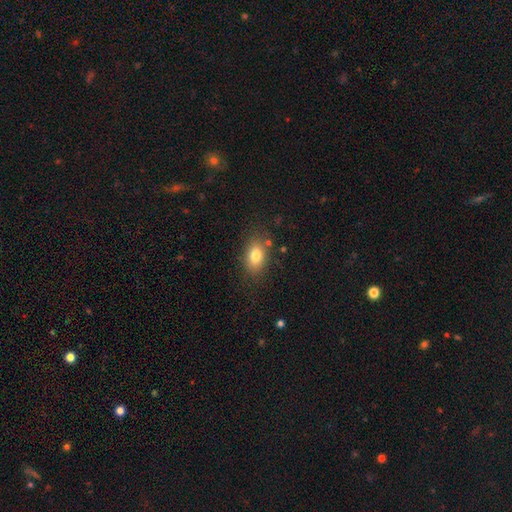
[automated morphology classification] type=smooth (79%); roundness=in between (83%); merging=none (79%).